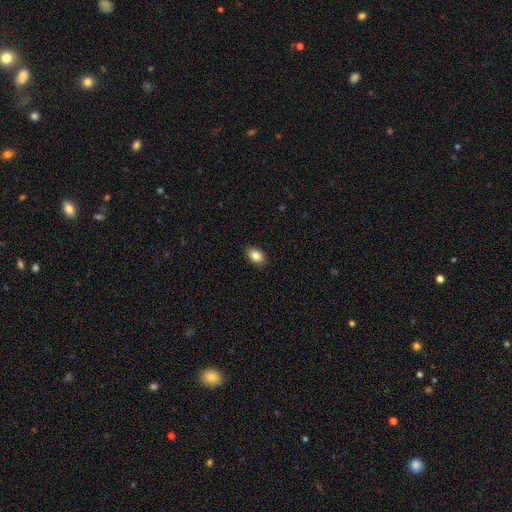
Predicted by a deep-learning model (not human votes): A smooth galaxy with no disk features (84%) that is in between round and cigar-shaped (85%). Merging: none (89%).